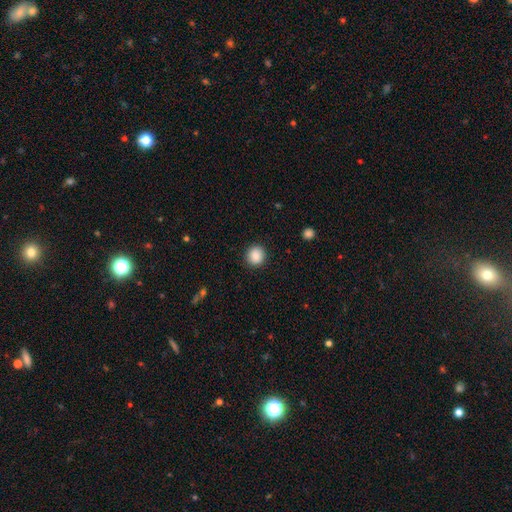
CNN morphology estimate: smooth-or-featured: smooth: 88% | star or artifact: 9% | featured or disk: 3%
  how-rounded: round: 90% | in between: 9% | cigar-shaped: 1%
  merging: none: 91% | minor disturbance: 6% | major disturbance: 2% | merger: 1%